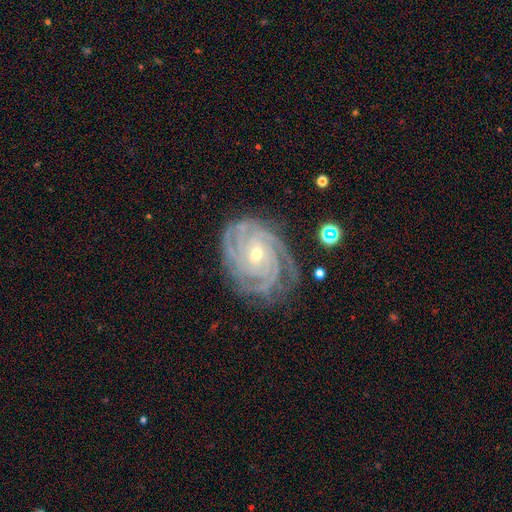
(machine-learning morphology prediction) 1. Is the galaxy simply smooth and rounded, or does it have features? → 92% featured or disk, 5% star or artifact, 3% smooth.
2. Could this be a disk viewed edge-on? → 97% no, 3% yes.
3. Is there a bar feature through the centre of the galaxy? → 63% no, 26% weak, 12% strong.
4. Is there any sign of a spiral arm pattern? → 99% yes, 1% no.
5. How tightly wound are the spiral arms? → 81% tight, 17% medium, 2% loose.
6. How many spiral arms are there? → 35% 4, 22% 3, 14% more than 4, 13% can't tell, 9% 2, 7% 1.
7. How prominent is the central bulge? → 64% small, 34% moderate, 1% large, 1% none, 1% dominant.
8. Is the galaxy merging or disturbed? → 77% none, 17% minor disturbance, 5% major disturbance, 1% merger.